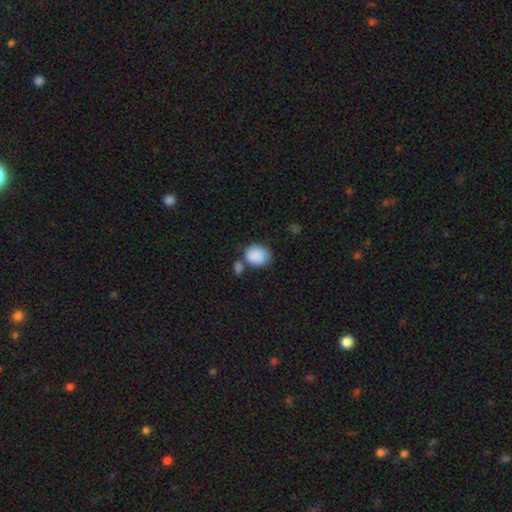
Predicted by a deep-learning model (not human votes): Q: Smooth or featured?
A: smooth (87%); runner-up: star or artifact (7%)
Q: How rounded?
A: round (58%); runner-up: in between (41%)
Q: Merging?
A: none (50%); runner-up: merger (24%)